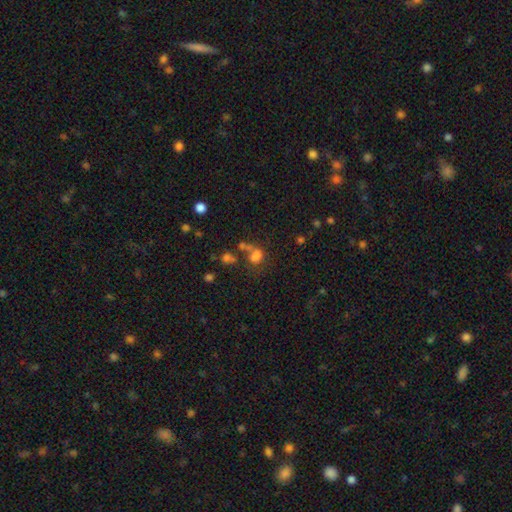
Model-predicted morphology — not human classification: Smooth or featured: smooth — 66% (star or artifact — 19%)
How rounded: in between — 63% (round — 35%)
Merging: none — 34% (merger — 33%)